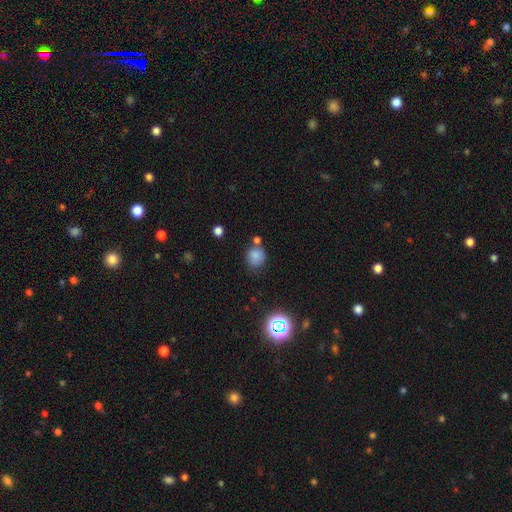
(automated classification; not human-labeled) Overall: smooth (79%). How rounded: round (77%). Merging: none (62%).